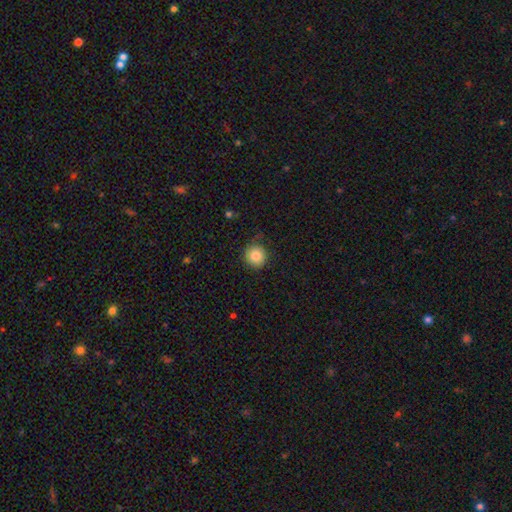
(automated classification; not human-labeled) This appears to be a smooth galaxy with no disk features (85%) that is round (93%). Merging: none (85%).